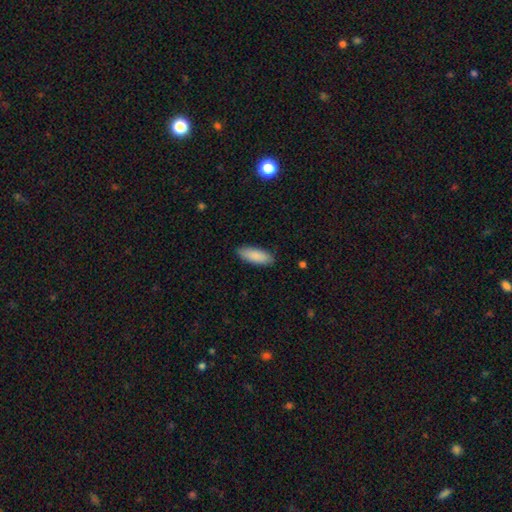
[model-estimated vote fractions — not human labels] This is clearly a smooth galaxy (89%). How rounded: likely in between (71%). Merging: clearly none (88%).